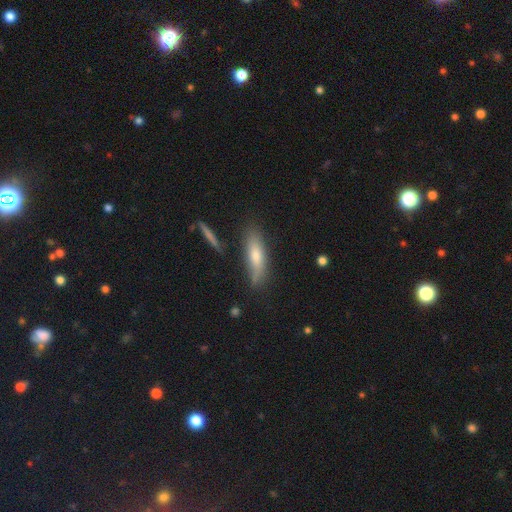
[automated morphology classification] Smooth or featured?
  - smooth: 65% *
  - featured or disk: 28%
  - star or artifact: 8%
How rounded?
  - cigar-shaped: 62% *
  - in between: 36%
  - round: 2%
Merging?
  - none: 75% *
  - minor disturbance: 17%
  - major disturbance: 4%
  - merger: 4%